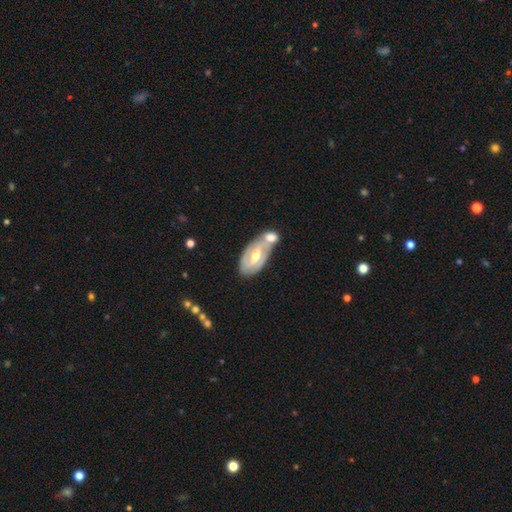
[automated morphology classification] This is likely a featured or disk galaxy (77%). It is clearly not viewed edge-on (94%). Bar: possibly weak (46%). Spiral arm pattern: clearly yes (82%). Spiral arm count: likely 2 (69%). Spiral winding: possibly tight (51%). Central bulge: likely moderate (67%). Merging: marginally merger (42%).